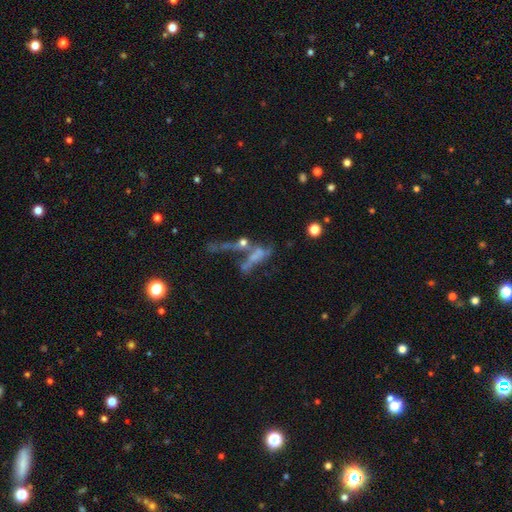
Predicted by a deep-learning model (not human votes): Overall: featured or disk (46%; smooth 34%). Merging: merger (42%; major disturbance 30%).